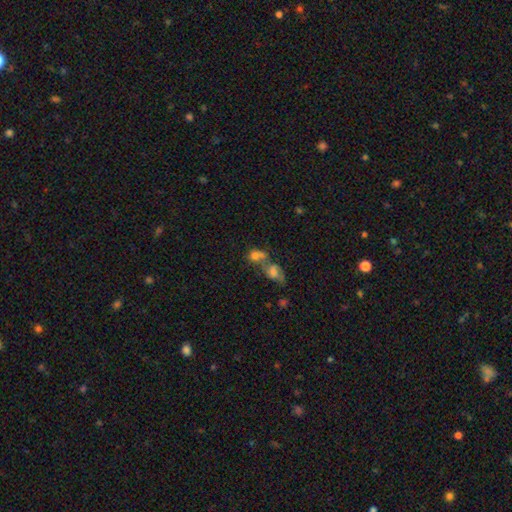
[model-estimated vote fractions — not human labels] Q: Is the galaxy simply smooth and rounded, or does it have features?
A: smooth — 65%.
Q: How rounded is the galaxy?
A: in between — 51%.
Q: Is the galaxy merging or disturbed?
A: merger — 62%.